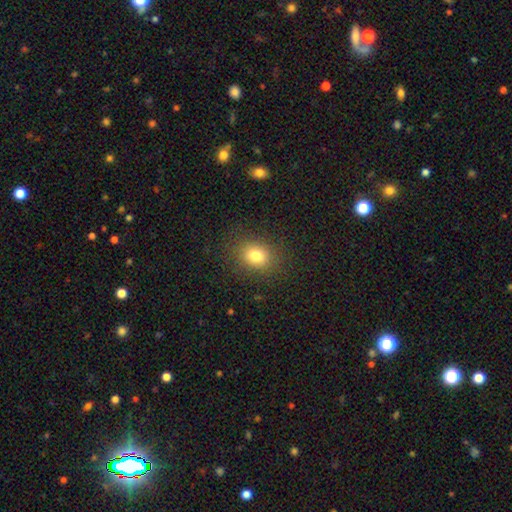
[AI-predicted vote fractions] Overall: smooth (79%). How rounded: round (58%; in between 41%). Merging: none (86%).